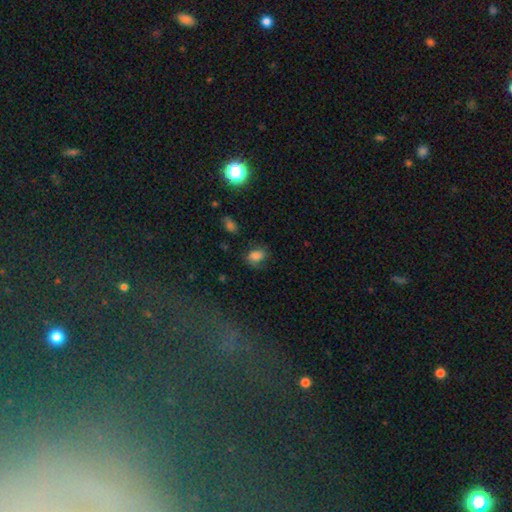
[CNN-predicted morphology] A smooth galaxy with no disk features (73%) that is in between round and cigar-shaped (71%).

Vote fractions:
- Smooth or featured? smooth: 73% / featured or disk: 14% / star or artifact: 13%
- How rounded? in between: 71% / round: 27% / cigar-shaped: 1%
- Merging? none: 57% / minor disturbance: 27% / major disturbance: 14% / merger: 3%